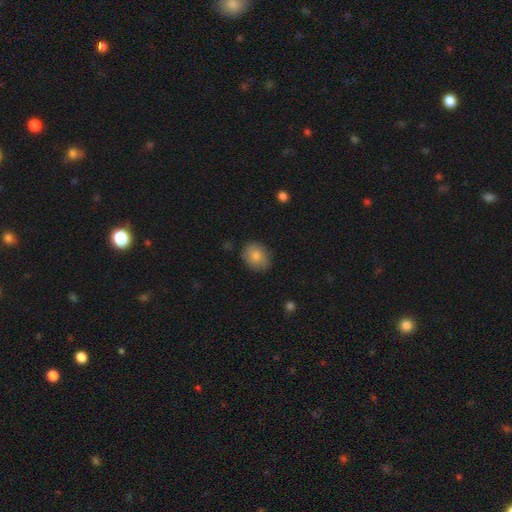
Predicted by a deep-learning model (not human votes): This appears to be a smooth galaxy with no disk features (83%) that is in between round and cigar-shaped (50%). Merging: none (83%).